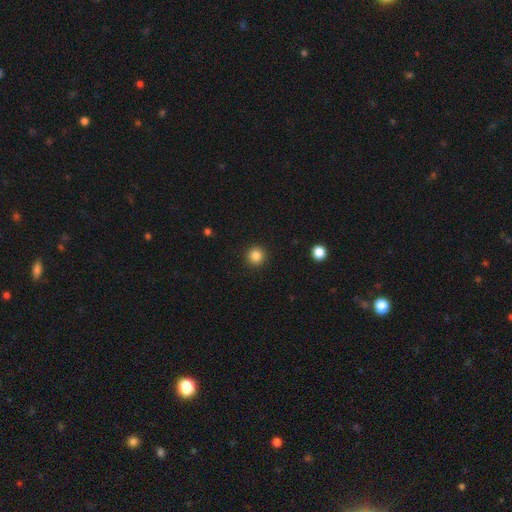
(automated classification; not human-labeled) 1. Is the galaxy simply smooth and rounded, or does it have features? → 85% smooth, 11% star or artifact, 4% featured or disk.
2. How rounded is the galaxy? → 95% round, 4% in between, 1% cigar-shaped.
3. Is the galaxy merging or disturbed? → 92% none, 5% minor disturbance, 2% major disturbance, 1% merger.